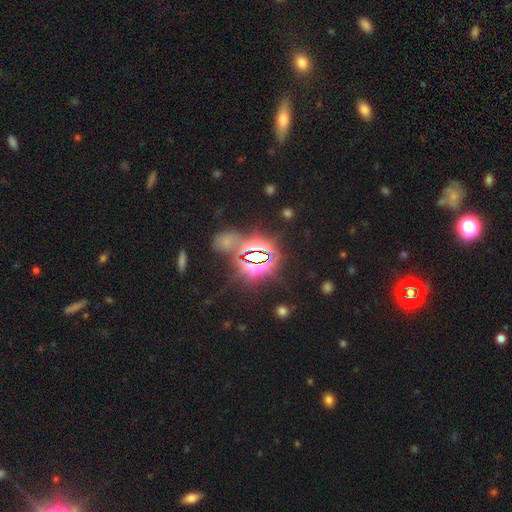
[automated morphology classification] smooth-or-featured: star or artifact: 78% | smooth: 13% | featured or disk: 9%